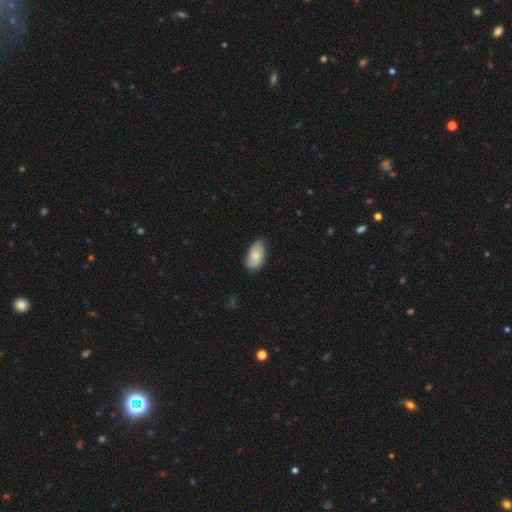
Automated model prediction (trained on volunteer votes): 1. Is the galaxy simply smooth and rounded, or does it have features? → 71% smooth, 23% featured or disk, 6% star or artifact.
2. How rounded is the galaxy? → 94% in between, 4% round, 2% cigar-shaped.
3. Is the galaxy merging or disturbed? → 71% none, 25% minor disturbance, 4% major disturbance, 1% merger.